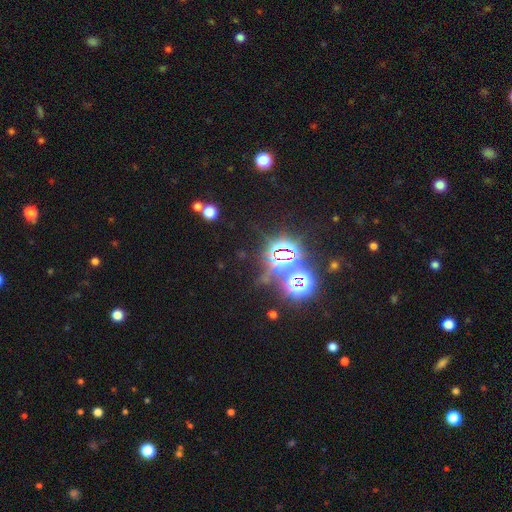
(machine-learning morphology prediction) Smooth or featured: star or artifact — 77% (smooth — 16%)